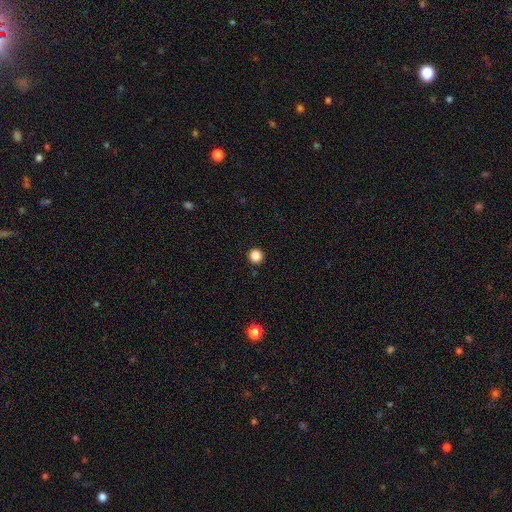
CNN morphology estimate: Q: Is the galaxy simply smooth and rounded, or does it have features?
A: smooth — 86%.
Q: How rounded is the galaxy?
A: round — 96%.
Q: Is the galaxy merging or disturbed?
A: none — 93%.